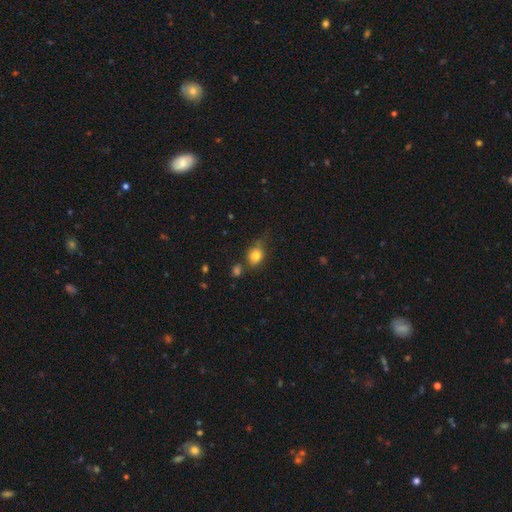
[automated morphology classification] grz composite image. It shows a smooth galaxy with no disk features (80%) that is round (53%). Merging: none (57%).